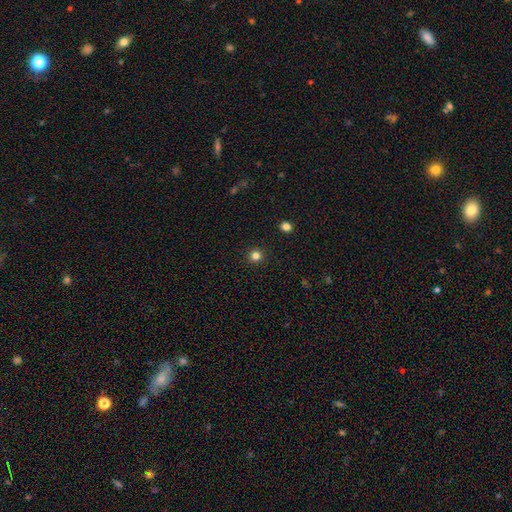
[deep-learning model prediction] Smooth or featured? Predicted: smooth (p=0.80). How rounded? Predicted: round (p=0.94). Merging? Predicted: none (p=0.92).